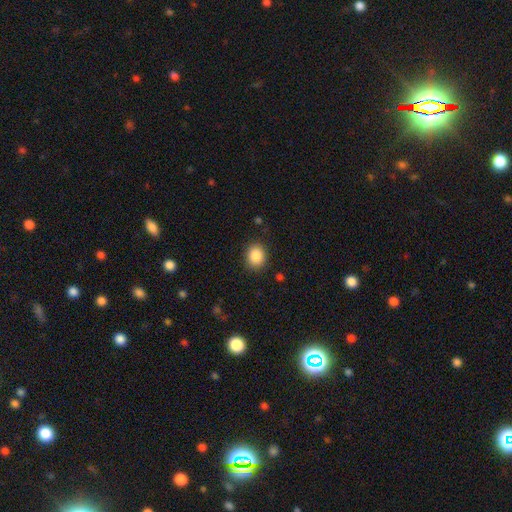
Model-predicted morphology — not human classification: Smooth or featured? smooth (87%)
How rounded? round (61%)
Merging? none (86%)